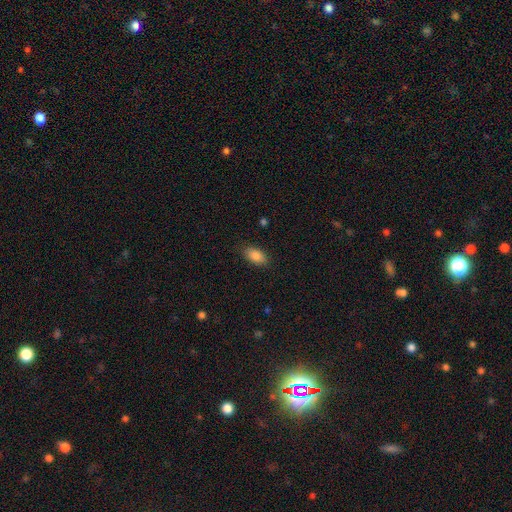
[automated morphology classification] Overall: smooth (86%). How rounded: in between (92%). Merging: none (87%).